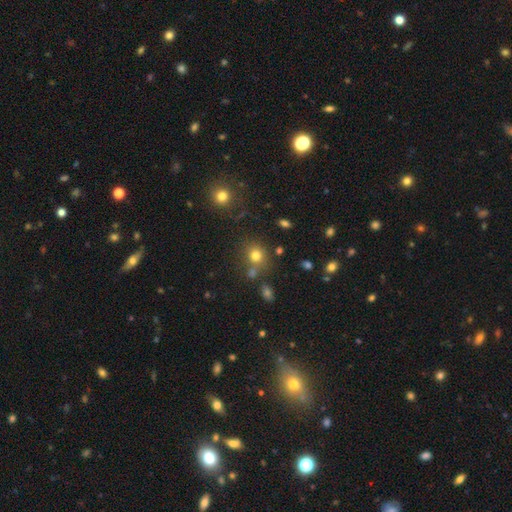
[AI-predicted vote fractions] Smooth or featured: smooth — 75% (star or artifact — 17%)
How rounded: round — 80% (in between — 19%)
Merging: none — 70% (merger — 14%)